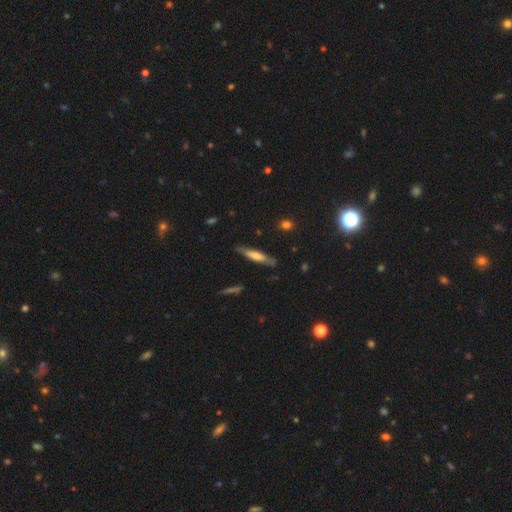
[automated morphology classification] This appears to be a smooth galaxy with no disk features (48%). Merging: none (79%).